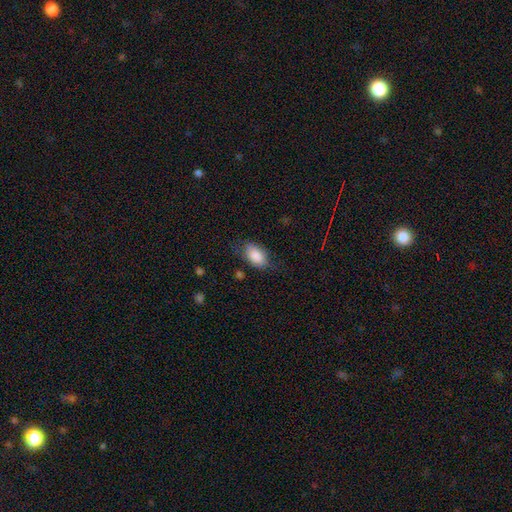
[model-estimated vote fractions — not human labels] Morphology: type=smooth (86%); roundness=in between (92%); merging=none (66%).